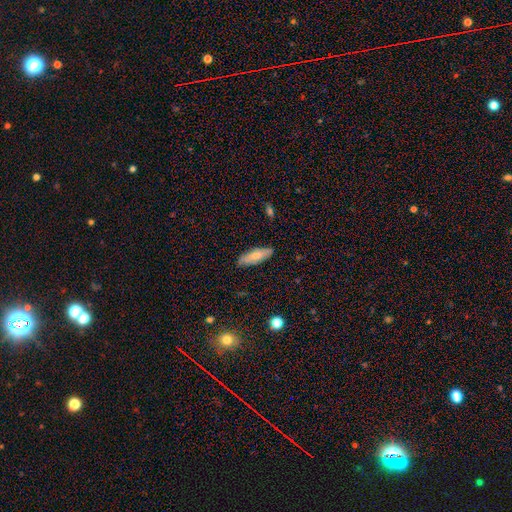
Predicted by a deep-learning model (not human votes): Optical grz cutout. It shows a smooth galaxy with no disk features (72%) that is in between round and cigar-shaped (55%). Merging: none (86%).